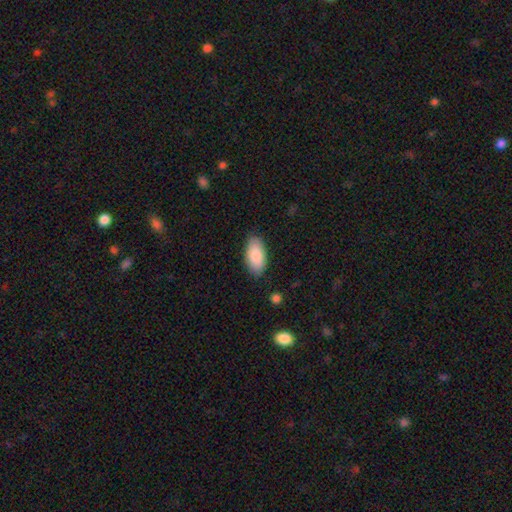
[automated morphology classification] Q: Smooth or featured?
A: smooth (87%); runner-up: featured or disk (7%)
Q: How rounded?
A: in between (93%); runner-up: cigar-shaped (5%)
Q: Merging?
A: none (86%); runner-up: minor disturbance (11%)